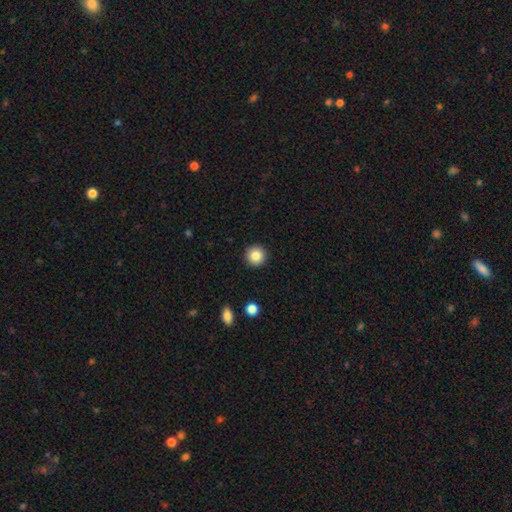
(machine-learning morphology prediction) Smooth or featured? smooth (86%)
How rounded? round (95%)
Merging? none (93%)